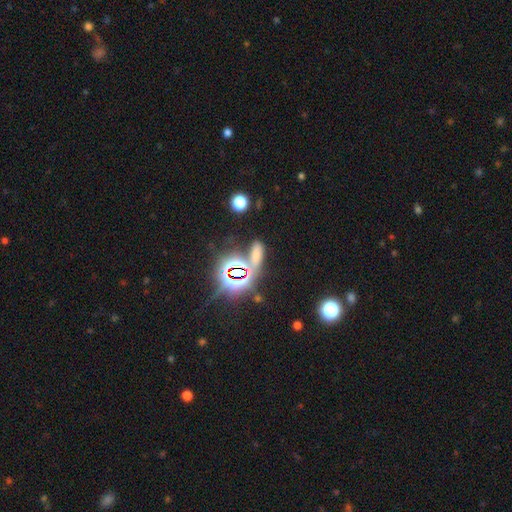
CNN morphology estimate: Smooth or featured? star or artifact (46%)